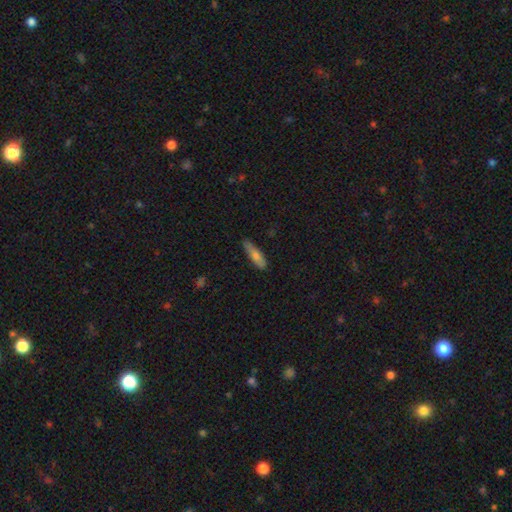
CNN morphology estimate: smooth 73%, featured or disk 21%, star or artifact 6%. Down the decision tree: how rounded — cigar-shaped (71%); merging — none (77%).